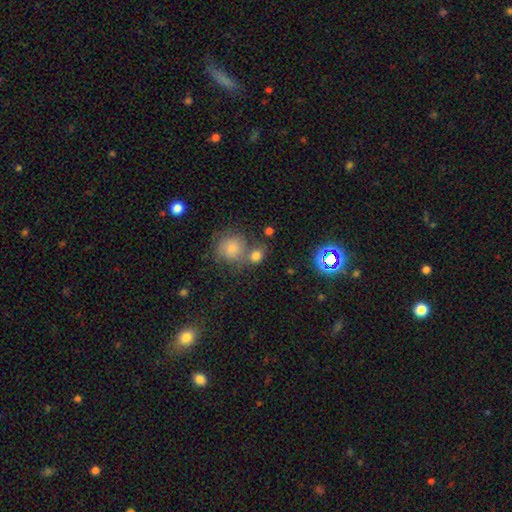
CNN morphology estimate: type=smooth (72%); roundness=round (67%); merging=none (47%).